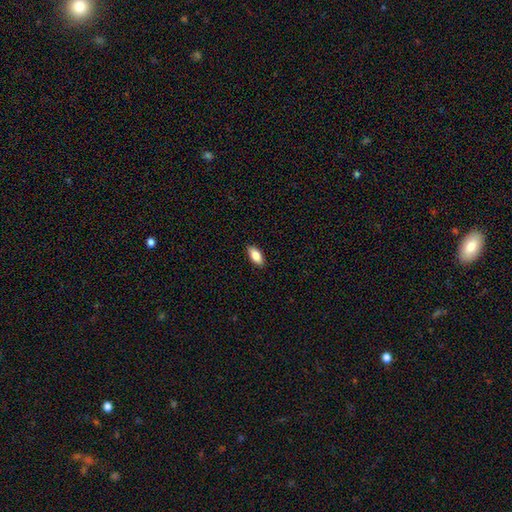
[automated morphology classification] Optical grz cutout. It shows a smooth galaxy with no disk features (85%) that is in between round and cigar-shaped (88%). Merging: none (88%).